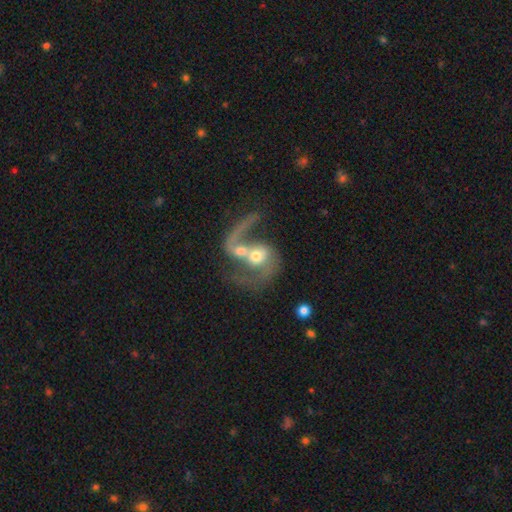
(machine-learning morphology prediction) Smooth or featured?
  - featured or disk: 71% *
  - smooth: 21%
  - star or artifact: 7%
Edge-on disk?
  - no: 97% *
  - yes: 3%
Bar?
  - no: 63% *
  - weak: 28%
  - strong: 9%
Spiral arms?
  - yes: 81% *
  - no: 19%
Spiral winding?
  - loose: 69% *
  - medium: 25%
  - tight: 6%
Spiral arm count?
  - 2: 52% *
  - 1: 37%
  - can't tell: 7%
  - 3: 2%
  - 4: 1%
  - more than 4: 1%
Bulge size?
  - moderate: 62% *
  - small: 22%
  - large: 11%
  - none: 3%
  - dominant: 2%
Merging?
  - merger: 66% *
  - major disturbance: 16%
  - none: 12%
  - minor disturbance: 6%